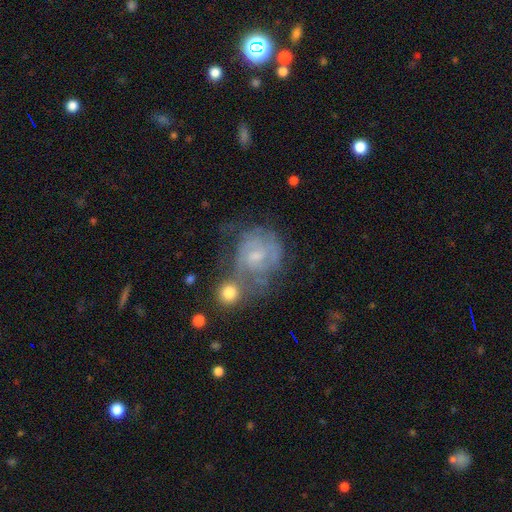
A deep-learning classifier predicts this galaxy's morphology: A featured or disk galaxy (69%) with no bar (56%), tight (59%) spiral arms (83%) and a small central bulge (58%).

Vote fractions:
- Smooth or featured? featured or disk: 69% / smooth: 21% / star or artifact: 10%
- Edge-on disk? no: 97% / yes: 3%
- Bar? no: 56% / weak: 38% / strong: 6%
- Spiral arms? yes: 83% / no: 17%
- Spiral winding? tight: 59% / medium: 31% / loose: 10%
- Spiral arm count? can't tell: 49% / 2: 26% / 3: 12% / 1: 5% / 4: 4% / more than 4: 3%
- Bulge size? small: 58% / moderate: 33% / none: 6% / large: 2% / dominant: 1%
- Merging? none: 41% / merger: 24% / minor disturbance: 20% / major disturbance: 16%